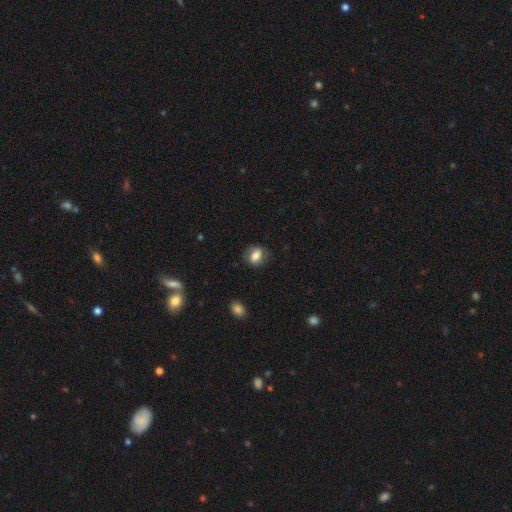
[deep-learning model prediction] A smooth galaxy with no disk features (73%) that is in between round and cigar-shaped (64%).

Vote fractions:
- Smooth or featured? smooth: 73% / featured or disk: 18% / star or artifact: 9%
- How rounded? in between: 64% / round: 33% / cigar-shaped: 2%
- Merging? none: 77% / minor disturbance: 16% / major disturbance: 6% / merger: 1%